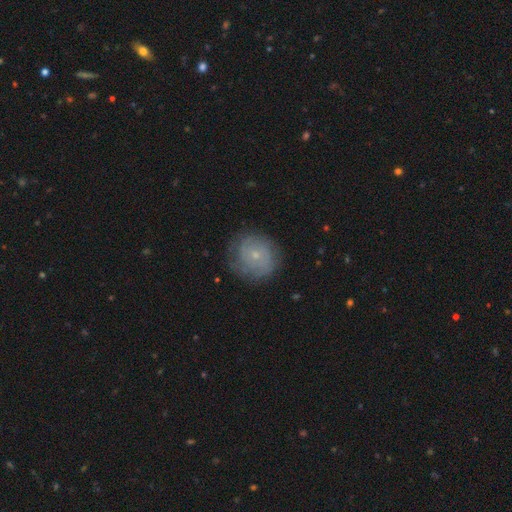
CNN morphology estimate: Smooth or featured: featured or disk — 48% (smooth — 43%)
Merging: none — 75% (minor disturbance — 18%)